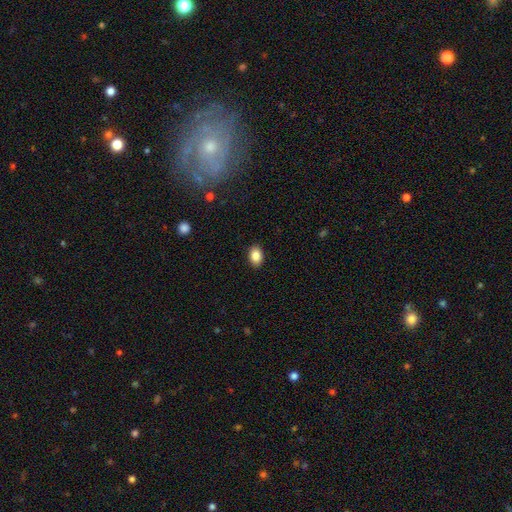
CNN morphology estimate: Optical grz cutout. It shows a smooth galaxy with no disk features (86%) that is in between round and cigar-shaped (85%). Merging: none (90%).